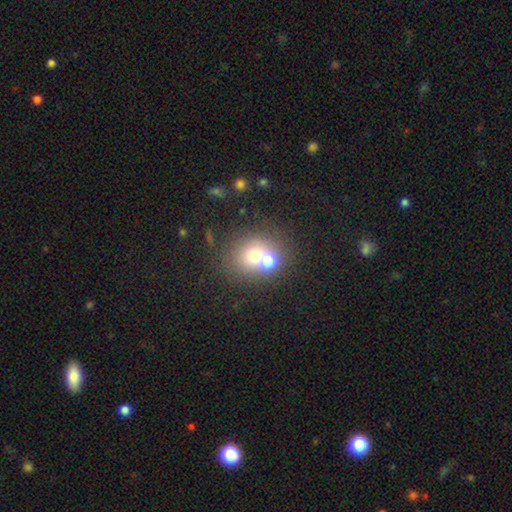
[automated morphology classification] A smooth galaxy with no disk features (64%) that is round (70%). Merging: merger (54%).